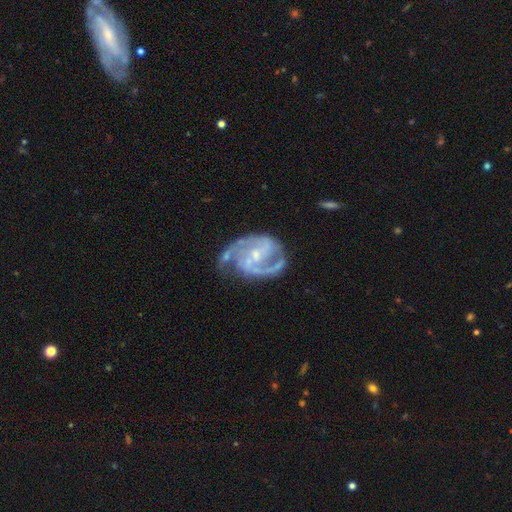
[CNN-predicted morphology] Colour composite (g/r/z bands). It shows a featured or disk galaxy (91%) with a weak bar (45%), 2 (73%) medium (57%) spiral arms (97%) and a small central bulge (67%). Merging: none (62%).